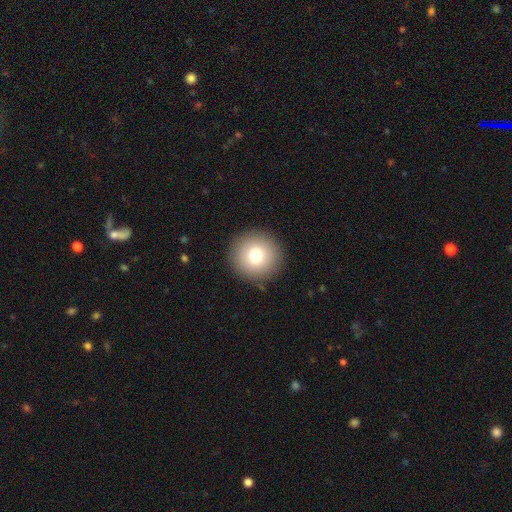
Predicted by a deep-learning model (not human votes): This is likely a smooth galaxy (76%). How rounded: clearly round (95%). Merging: clearly none (91%).